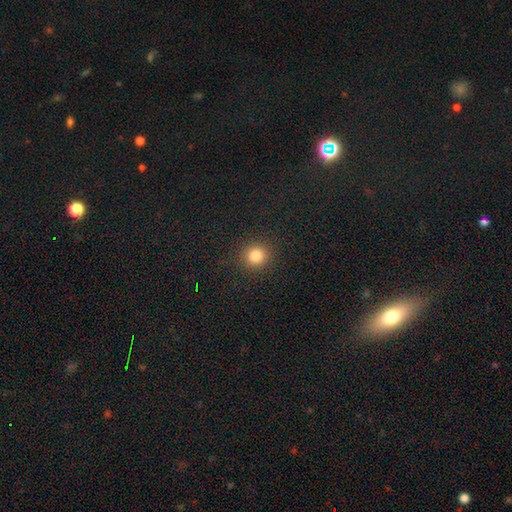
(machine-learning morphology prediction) smooth-or-featured: smooth: 83% | star or artifact: 12% | featured or disk: 5%
  how-rounded: round: 91% | in between: 8% | cigar-shaped: 1%
  merging: none: 91% | minor disturbance: 6% | major disturbance: 2% | merger: 1%